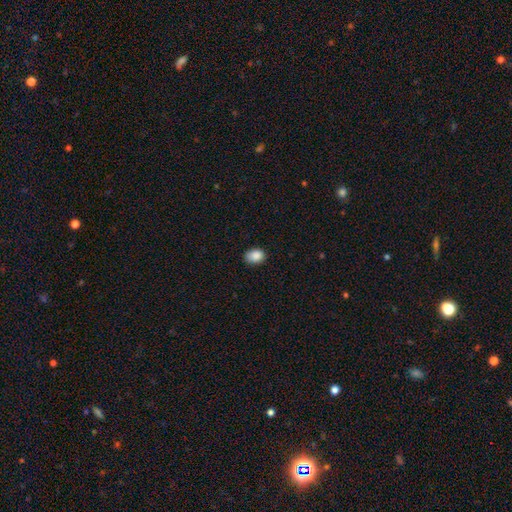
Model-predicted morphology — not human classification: Q: Smooth or featured?
A: smooth (88%); runner-up: star or artifact (9%)
Q: How rounded?
A: in between (65%); runner-up: round (34%)
Q: Merging?
A: none (79%); runner-up: minor disturbance (17%)